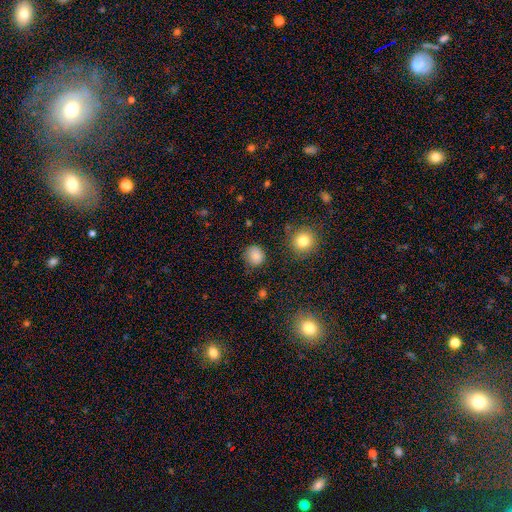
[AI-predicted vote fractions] smooth 81%, star or artifact 12%, featured or disk 7%. Down the decision tree: how rounded — round (84%); merging — none (77%).